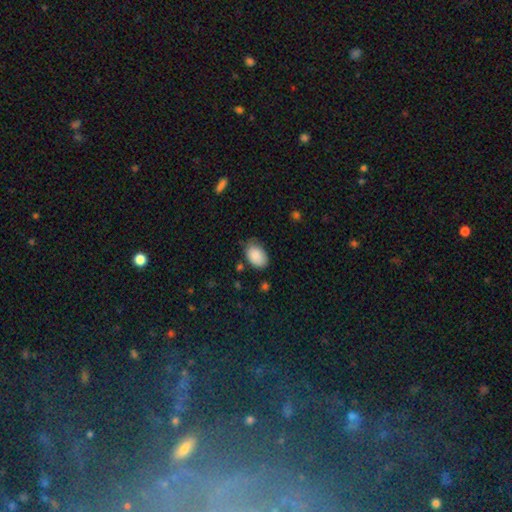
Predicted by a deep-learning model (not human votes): Smooth or featured: smooth — 88% (star or artifact — 6%)
How rounded: in between — 90% (round — 9%)
Merging: none — 65% (minor disturbance — 27%)